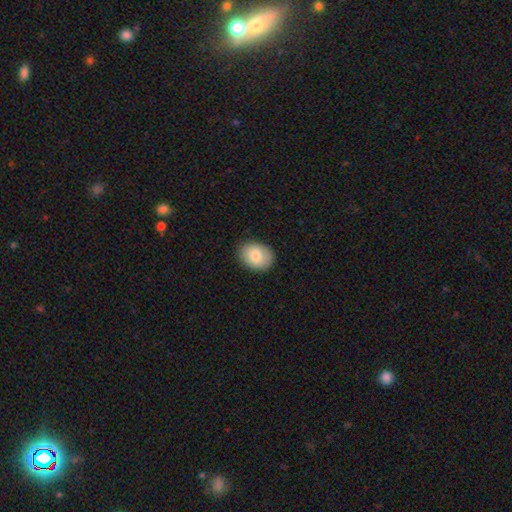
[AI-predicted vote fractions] A smooth galaxy with no disk features (81%) that is in between round and cigar-shaped (65%).

Vote fractions:
- Smooth or featured? smooth: 81% / featured or disk: 12% / star or artifact: 7%
- How rounded? in between: 65% / round: 34% / cigar-shaped: 1%
- Merging? none: 87% / minor disturbance: 9% / major disturbance: 2% / merger: 1%